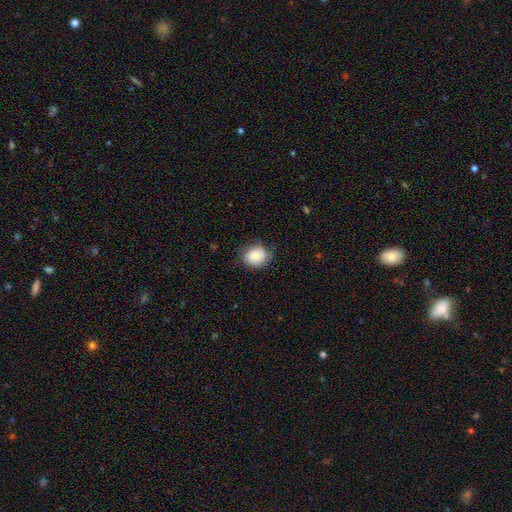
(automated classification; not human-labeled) Q: Smooth or featured?
A: smooth (76%); runner-up: featured or disk (16%)
Q: How rounded?
A: round (74%); runner-up: in between (25%)
Q: Merging?
A: none (73%); runner-up: minor disturbance (20%)